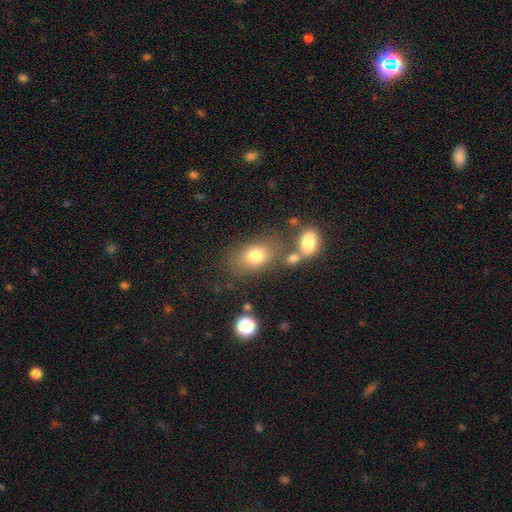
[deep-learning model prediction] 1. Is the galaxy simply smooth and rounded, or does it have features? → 77% smooth, 13% featured or disk, 11% star or artifact.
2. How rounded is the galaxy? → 76% in between, 22% round, 2% cigar-shaped.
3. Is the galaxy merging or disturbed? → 59% none, 19% merger, 15% minor disturbance, 7% major disturbance.